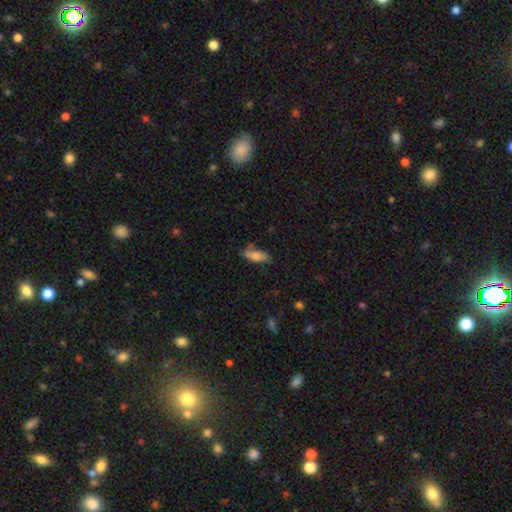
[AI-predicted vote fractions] Smooth or featured? Predicted: smooth (p=0.72). How rounded? Predicted: in between (p=0.76). Merging? Predicted: none (p=0.64).